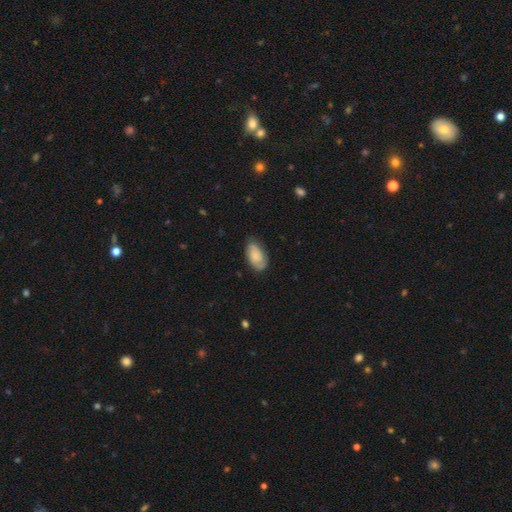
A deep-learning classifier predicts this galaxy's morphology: smooth-or-featured: smooth: 64% | featured or disk: 29% | star or artifact: 7%
  how-rounded: in between: 93% | round: 4% | cigar-shaped: 2%
  merging: none: 71% | minor disturbance: 23% | major disturbance: 5% | merger: 1%